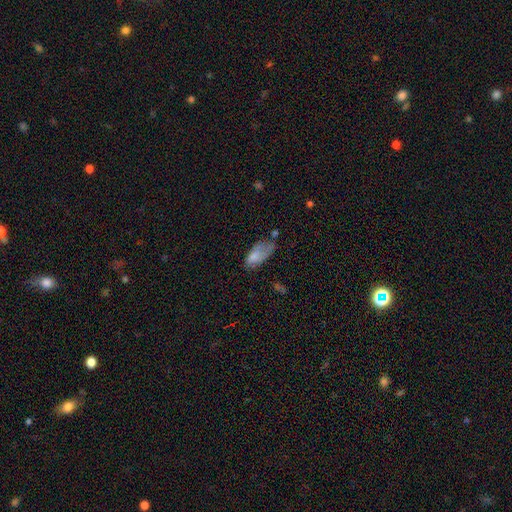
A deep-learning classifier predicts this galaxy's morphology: type=smooth (75%); roundness=in between (89%); merging=minor disturbance (35%).